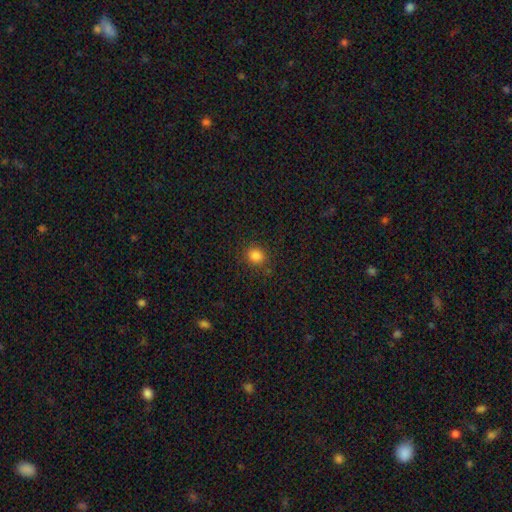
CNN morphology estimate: This appears to be a smooth galaxy with no disk features (84%) that is round (75%). Merging: none (87%).